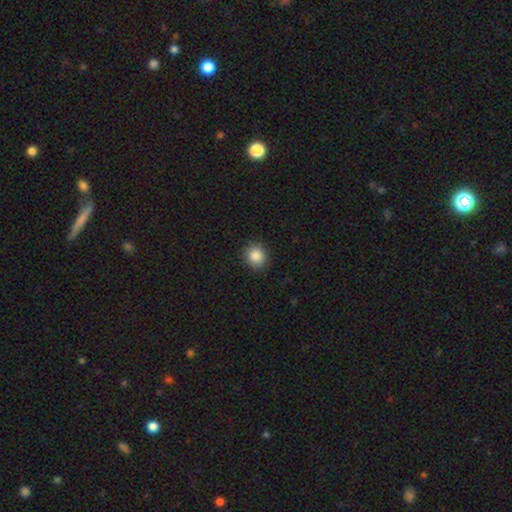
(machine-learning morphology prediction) A smooth galaxy with no disk features (87%) that is round (85%). Merging: none (90%).